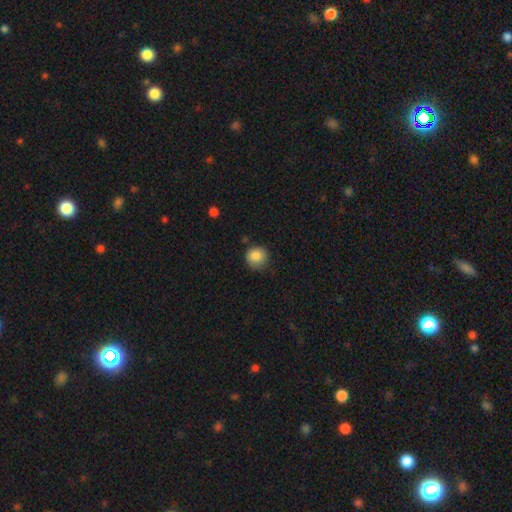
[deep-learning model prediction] smooth 85%, star or artifact 9%, featured or disk 6%. Down the decision tree: how rounded — round (91%); merging — none (79%).